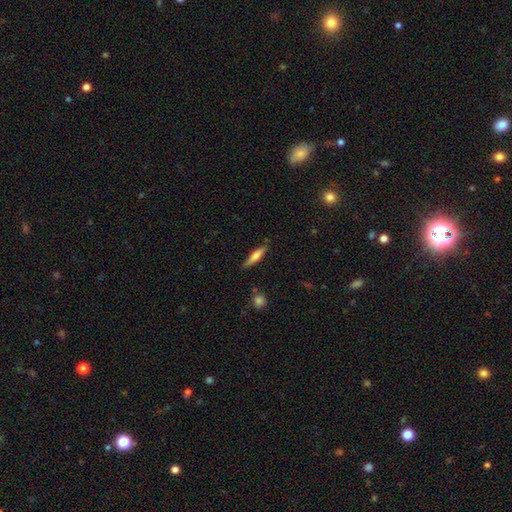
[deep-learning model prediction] The model was most divided on "smooth or featured": smooth: 61%, featured or disk: 33%, star or artifact: 6%. More confident: merging — none (80%); how rounded — cigar-shaped (77%).